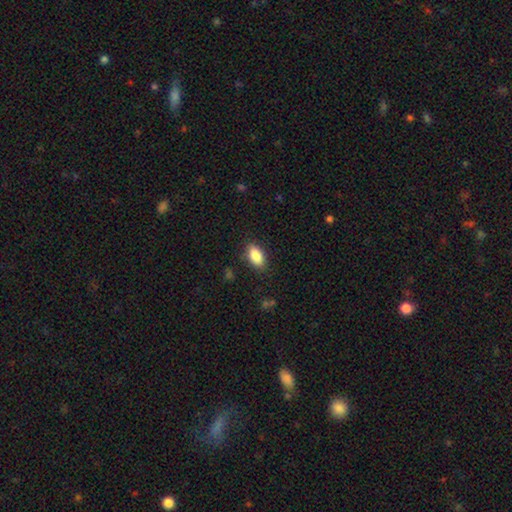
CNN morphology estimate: A smooth galaxy with no disk features (87%) that is in between round and cigar-shaped (91%). Merging: none (86%).